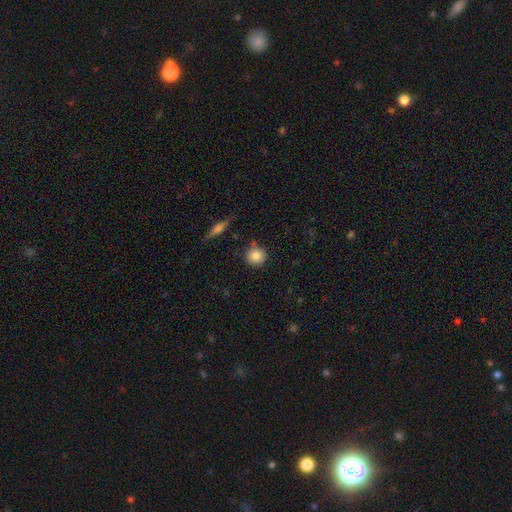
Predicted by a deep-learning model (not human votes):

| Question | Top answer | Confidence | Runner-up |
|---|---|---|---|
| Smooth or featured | smooth | 84% | star or artifact (9%) |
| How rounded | round | 91% | in between (8%) |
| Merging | none | 82% | minor disturbance (11%) |